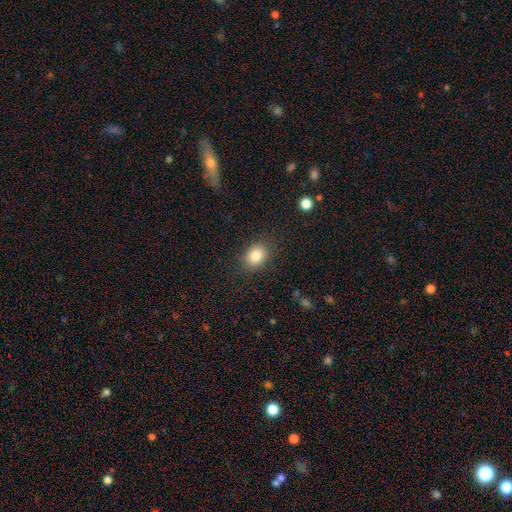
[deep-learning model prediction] Smooth or featured?
  - smooth: 83% *
  - star or artifact: 10%
  - featured or disk: 7%
How rounded?
  - in between: 56% *
  - round: 43%
  - cigar-shaped: 1%
Merging?
  - none: 85% *
  - minor disturbance: 10%
  - major disturbance: 3%
  - merger: 1%